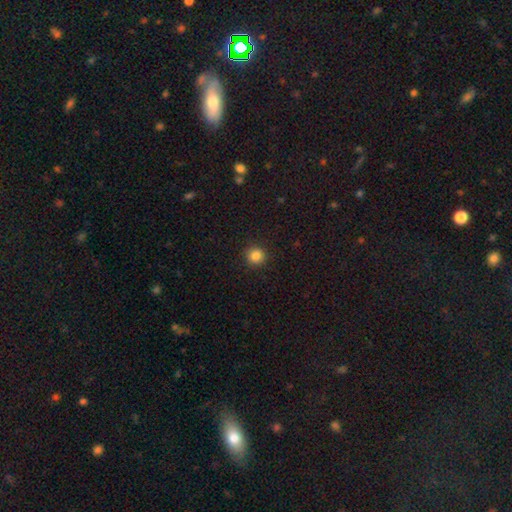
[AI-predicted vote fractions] This is clearly a smooth galaxy (84%). How rounded: clearly round (94%). Merging: clearly none (91%).